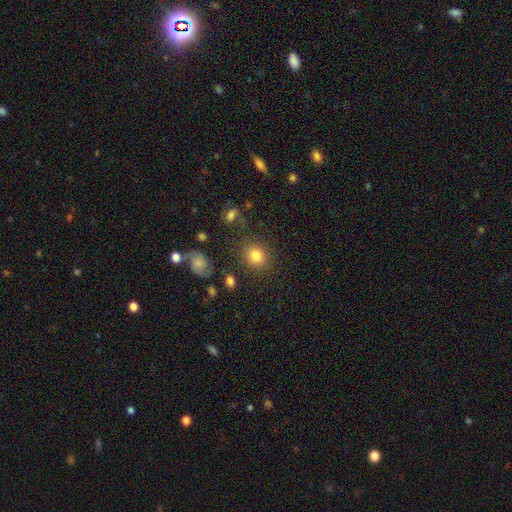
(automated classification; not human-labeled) Smooth or featured?
  - smooth: 82% *
  - star or artifact: 11%
  - featured or disk: 7%
How rounded?
  - round: 81% *
  - in between: 18%
  - cigar-shaped: 1%
Merging?
  - none: 80% *
  - minor disturbance: 11%
  - major disturbance: 5%
  - merger: 4%